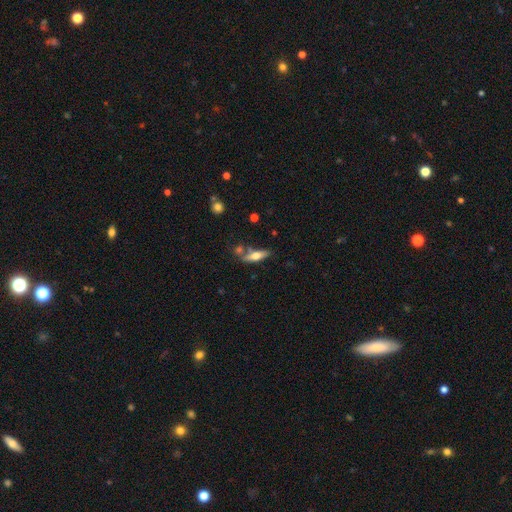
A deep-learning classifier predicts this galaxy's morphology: type=smooth (54%); roundness=cigar-shaped (54%); merging=none (63%).